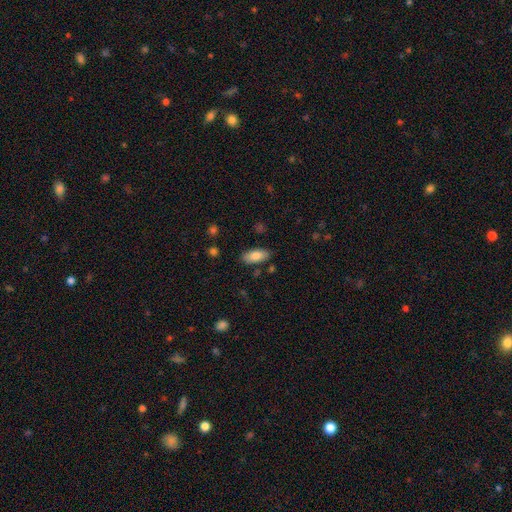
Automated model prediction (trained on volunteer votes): smooth_or_featured: smooth (p=0.80) [alt: featured or disk p=0.13]
how_rounded: in between (p=0.88) [alt: cigar-shaped p=0.10]
merging: none (p=0.84) [alt: minor disturbance p=0.11]